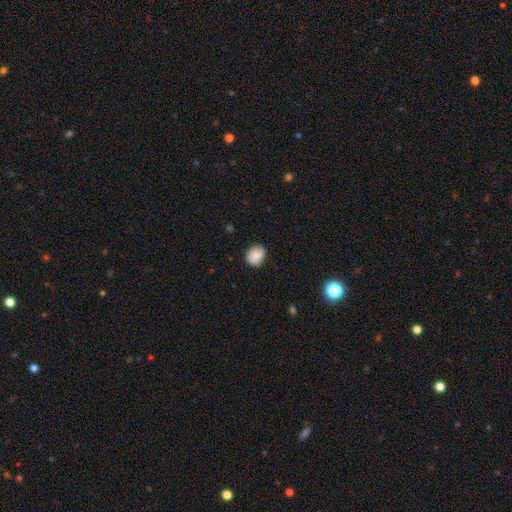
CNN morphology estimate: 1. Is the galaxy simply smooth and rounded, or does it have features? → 81% smooth, 11% featured or disk, 8% star or artifact.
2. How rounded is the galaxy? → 62% round, 37% in between, 1% cigar-shaped.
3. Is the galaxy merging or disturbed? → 79% none, 17% minor disturbance, 3% major disturbance, 1% merger.